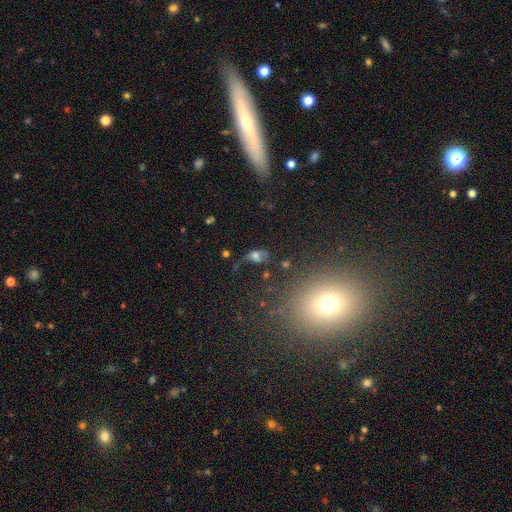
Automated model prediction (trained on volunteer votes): This appears to be a smooth galaxy with no disk features (50%) that is in between round and cigar-shaped (72%). Merging: major disturbance (39%).